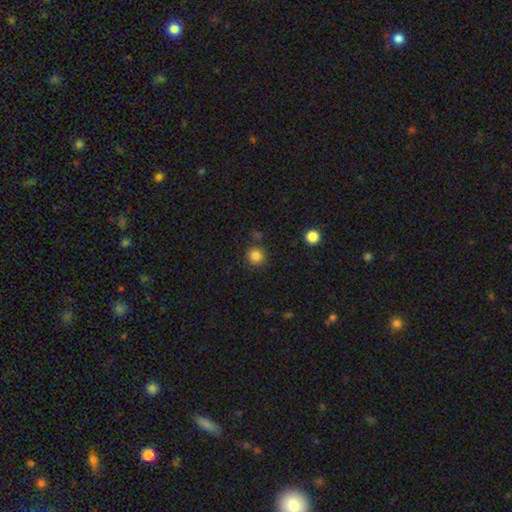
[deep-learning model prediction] This is clearly a smooth galaxy (83%). How rounded: clearly round (93%). Merging: clearly none (86%).